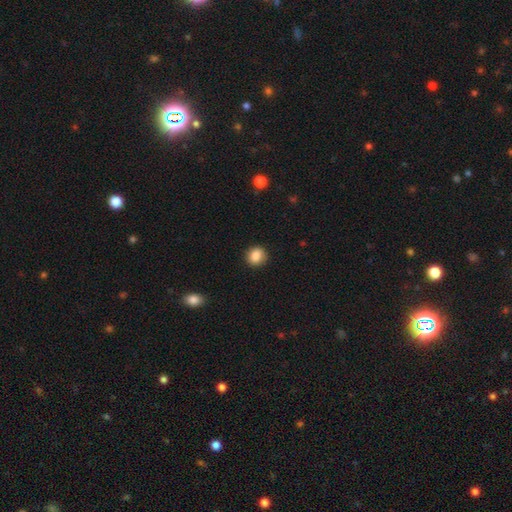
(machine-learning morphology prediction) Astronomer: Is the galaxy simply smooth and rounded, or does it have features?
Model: smooth — 86%.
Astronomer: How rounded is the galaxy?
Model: round — 74%.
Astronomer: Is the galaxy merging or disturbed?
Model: none — 87%.